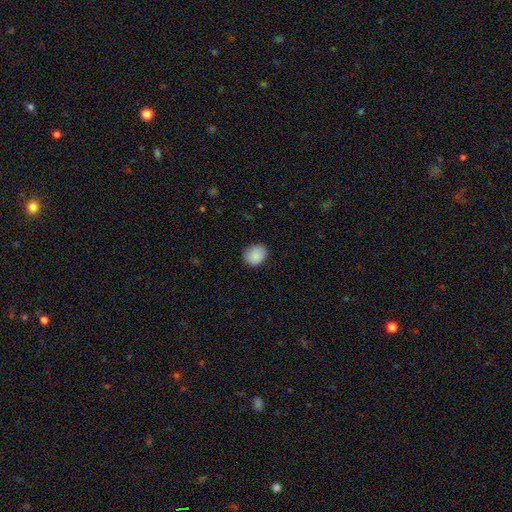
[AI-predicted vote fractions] smooth_or_featured: smooth (p=0.88) [alt: star or artifact p=0.08]
how_rounded: round (p=0.58) [alt: in between p=0.41]
merging: none (p=0.82) [alt: minor disturbance p=0.14]